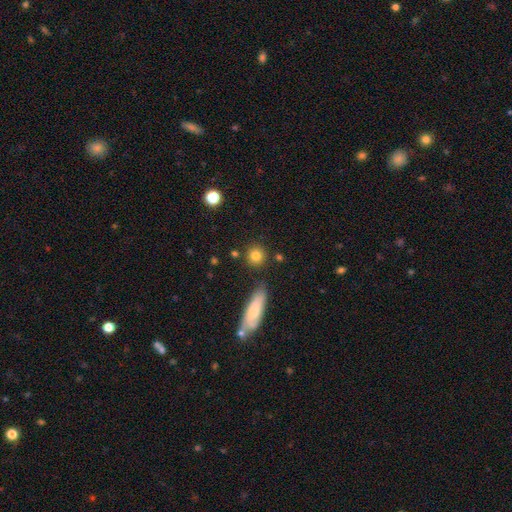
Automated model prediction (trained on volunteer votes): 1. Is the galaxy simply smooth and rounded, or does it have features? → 81% smooth, 10% star or artifact, 9% featured or disk.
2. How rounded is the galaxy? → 87% round, 10% in between, 3% cigar-shaped.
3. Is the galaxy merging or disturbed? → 83% none, 8% minor disturbance, 5% merger, 3% major disturbance.